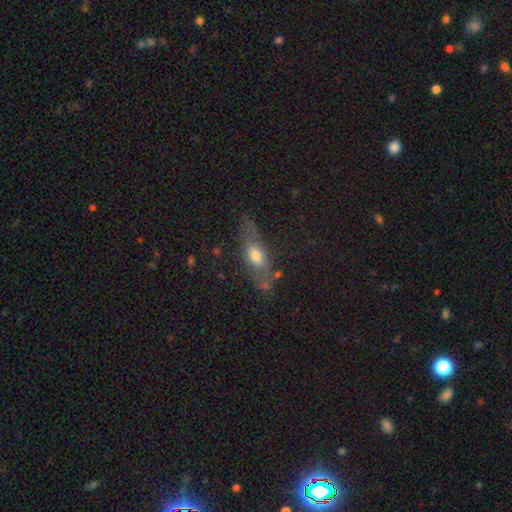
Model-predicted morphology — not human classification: smooth 52%, featured or disk 38%, star or artifact 10%. Down the decision tree: how rounded — in between (55%); merging — none (62%).